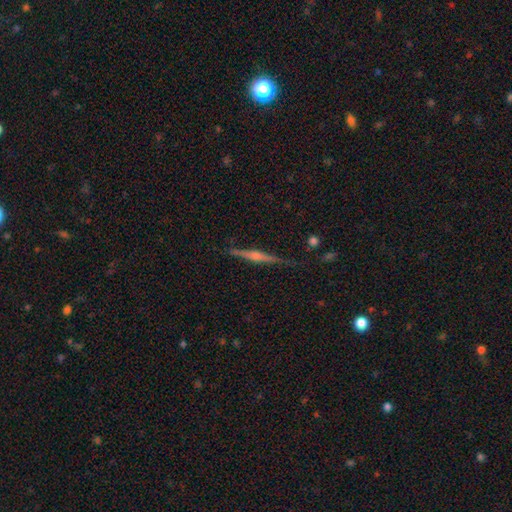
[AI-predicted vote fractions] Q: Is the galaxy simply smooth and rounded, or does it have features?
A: featured or disk — 76%.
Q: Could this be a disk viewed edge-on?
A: yes — 98%.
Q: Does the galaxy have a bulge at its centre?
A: rounded — 78%.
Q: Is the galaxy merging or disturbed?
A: none — 85%.